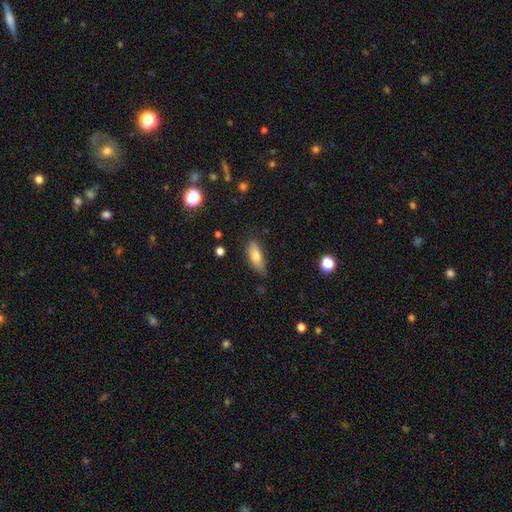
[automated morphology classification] Smooth or featured?
  - smooth: 74% *
  - featured or disk: 18%
  - star or artifact: 7%
How rounded?
  - in between: 65% *
  - cigar-shaped: 32%
  - round: 3%
Merging?
  - none: 73% *
  - minor disturbance: 21%
  - major disturbance: 4%
  - merger: 2%